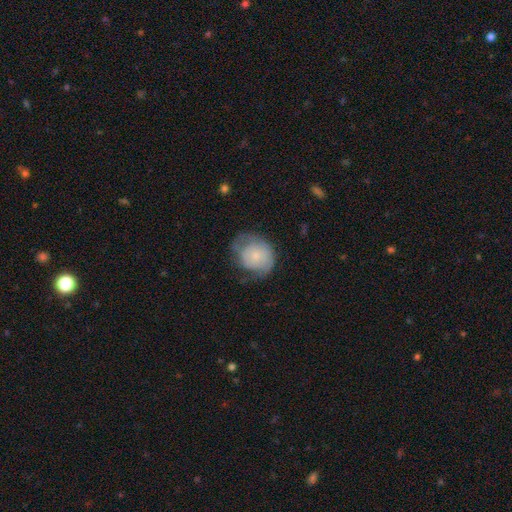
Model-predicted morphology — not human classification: type=smooth (58%); roundness=round (66%); merging=none (45%).